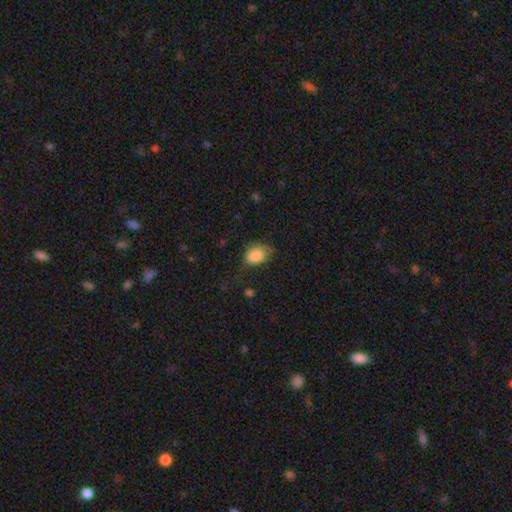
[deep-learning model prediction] The model was most divided on "merging": none: 43%, minor disturbance: 36%, major disturbance: 19%, merger: 2%. More confident: smooth or featured — smooth (84%); how rounded — in between (76%).